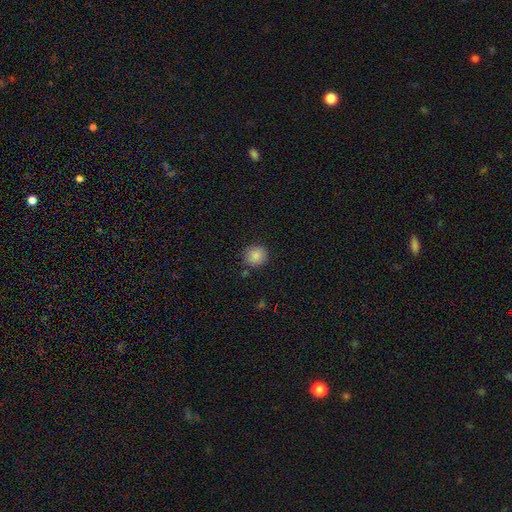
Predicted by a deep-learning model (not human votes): The model was most divided on "smooth or featured": smooth: 86%, star or artifact: 9%, featured or disk: 4%. More confident: how rounded — round (90%); merging — none (86%).